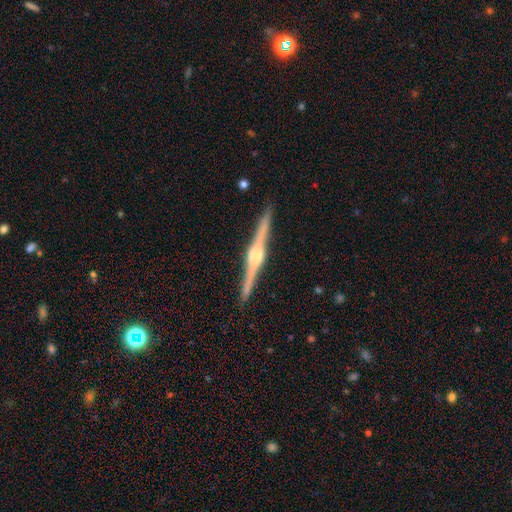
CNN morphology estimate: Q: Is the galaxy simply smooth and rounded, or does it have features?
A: featured or disk — 88%.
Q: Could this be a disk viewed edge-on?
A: yes — 99%.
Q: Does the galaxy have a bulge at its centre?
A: rounded — 79%.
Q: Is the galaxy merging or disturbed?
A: none — 92%.